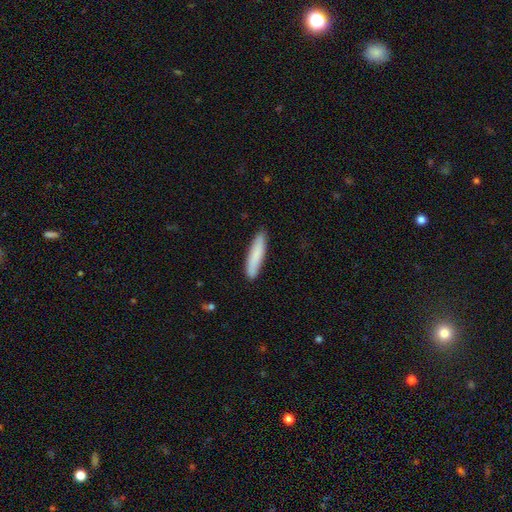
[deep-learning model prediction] The model was most divided on "smooth or featured": smooth: 82%, featured or disk: 12%, star or artifact: 5%. More confident: merging — none (88%); how rounded — cigar-shaped (85%).